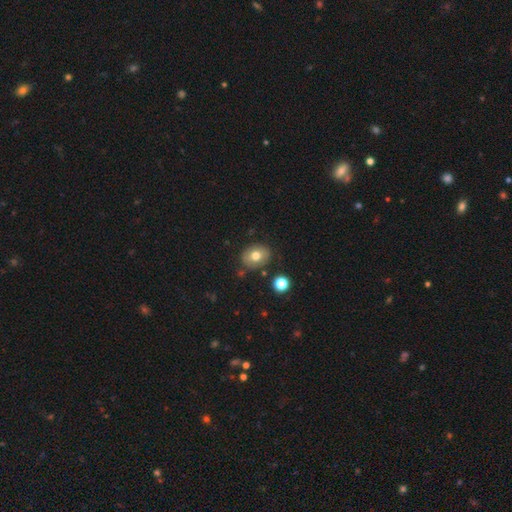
Smooth or featured? 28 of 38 (74%) said smooth. How rounded? 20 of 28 (71%) said round. Merging? 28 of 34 (82%) said none.